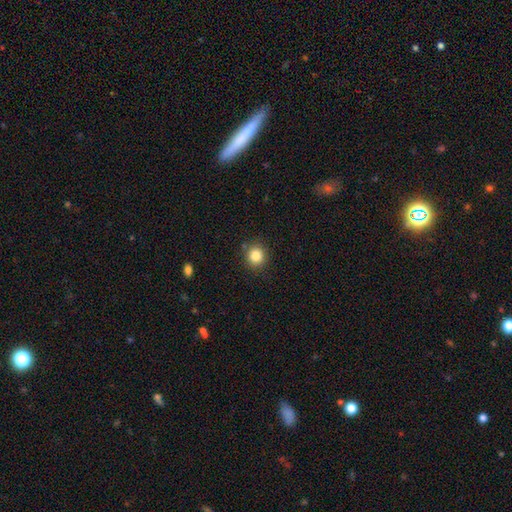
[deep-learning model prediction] smooth-or-featured: smooth: 84% | star or artifact: 11% | featured or disk: 5%
  how-rounded: round: 87% | in between: 12% | cigar-shaped: 1%
  merging: none: 85% | minor disturbance: 10% | merger: 3% | major disturbance: 3%